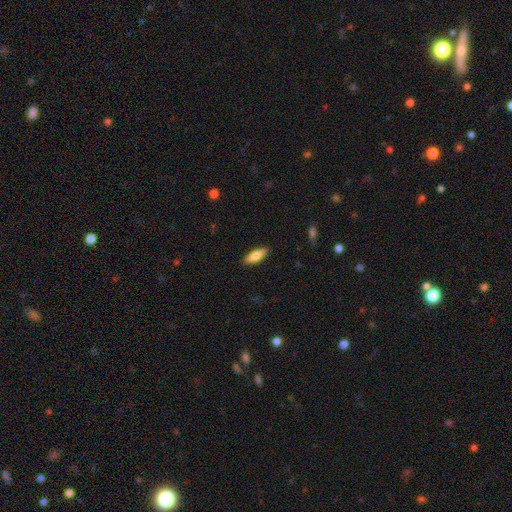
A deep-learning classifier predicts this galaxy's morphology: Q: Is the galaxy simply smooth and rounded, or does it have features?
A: smooth — 75%.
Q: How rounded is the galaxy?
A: in between — 60%.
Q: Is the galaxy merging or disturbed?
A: none — 89%.